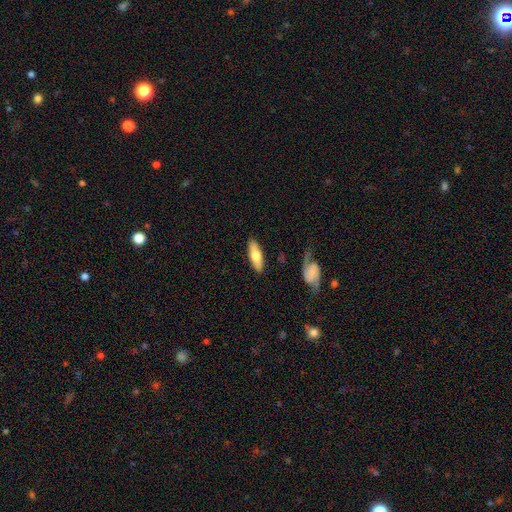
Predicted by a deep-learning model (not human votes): A smooth galaxy with no disk features (62%) that is in between round and cigar-shaped (55%).

Vote fractions:
- Smooth or featured? smooth: 62% / featured or disk: 33% / star or artifact: 5%
- How rounded? in between: 55% / cigar-shaped: 43% / round: 2%
- Merging? none: 84% / minor disturbance: 11% / major disturbance: 3% / merger: 2%